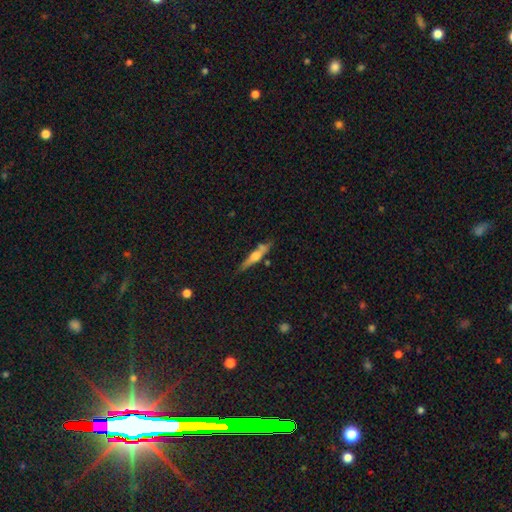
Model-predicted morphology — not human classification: A featured or disk galaxy (56%) viewed edge-on (93%) with a rounded central bulge (80%). Merging: none (70%).